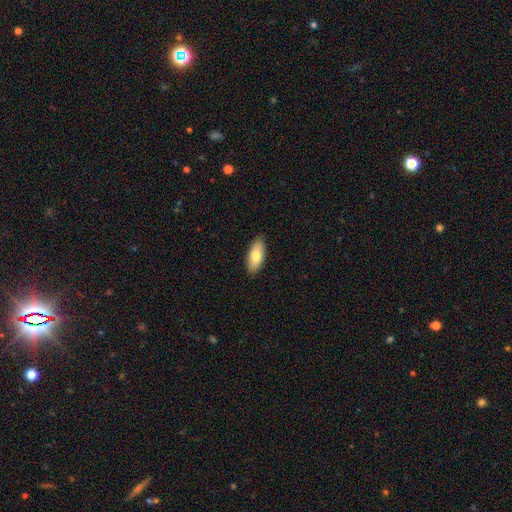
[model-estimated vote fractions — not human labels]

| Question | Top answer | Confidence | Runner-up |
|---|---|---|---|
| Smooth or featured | smooth | 79% | featured or disk (15%) |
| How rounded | in between | 82% | cigar-shaped (16%) |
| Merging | none | 88% | minor disturbance (9%) |